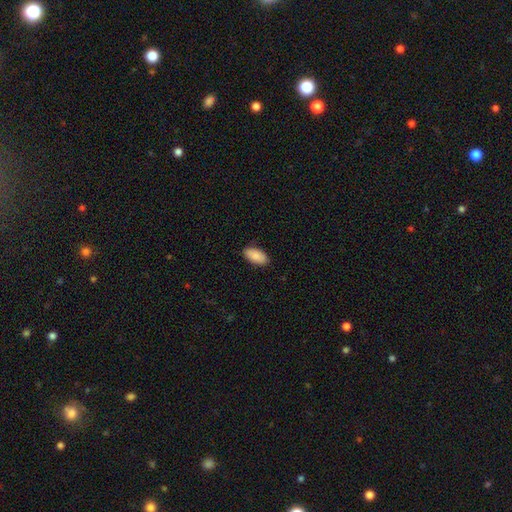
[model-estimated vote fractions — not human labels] smooth-or-featured: smooth: 88% | star or artifact: 6% | featured or disk: 6%
  how-rounded: in between: 93% | cigar-shaped: 4% | round: 2%
  merging: none: 89% | minor disturbance: 8% | major disturbance: 2% | merger: 1%